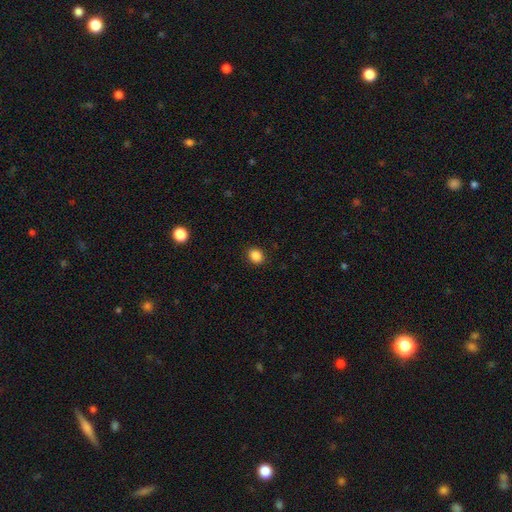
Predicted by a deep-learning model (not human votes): This appears to be a smooth galaxy with no disk features (87%) that is round (58%). Merging: none (90%).